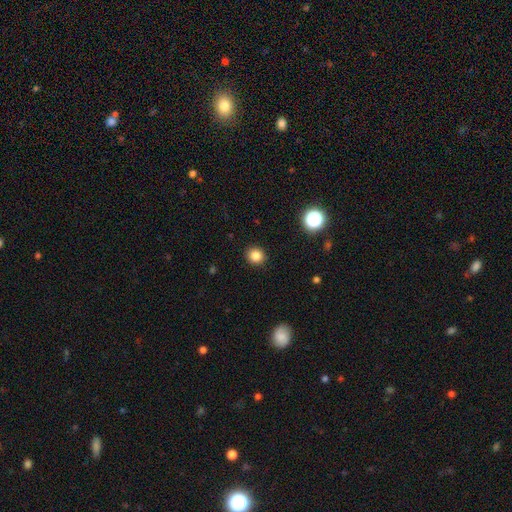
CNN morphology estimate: Overall: smooth (84%). How rounded: round (88%). Merging: none (92%).